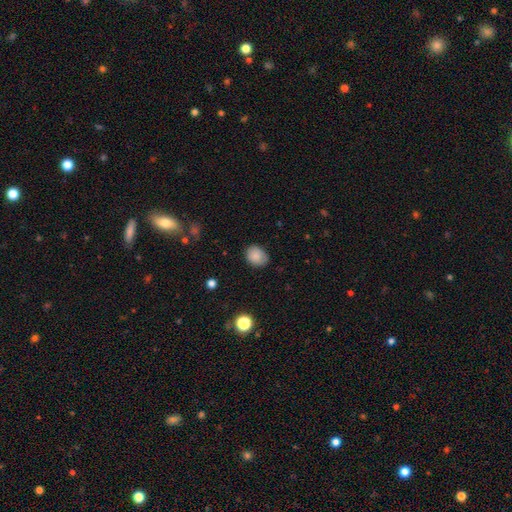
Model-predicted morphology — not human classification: The model was most divided on "how rounded": in between: 52%, round: 48%, cigar-shaped: 1%. More confident: smooth or featured — smooth (85%); merging — none (77%).